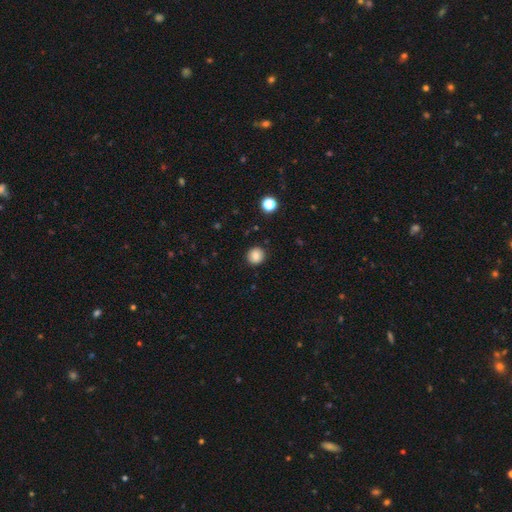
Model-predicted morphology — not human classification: Smooth or featured? Predicted: smooth (p=0.83). How rounded? Predicted: round (p=0.91). Merging? Predicted: none (p=0.90).